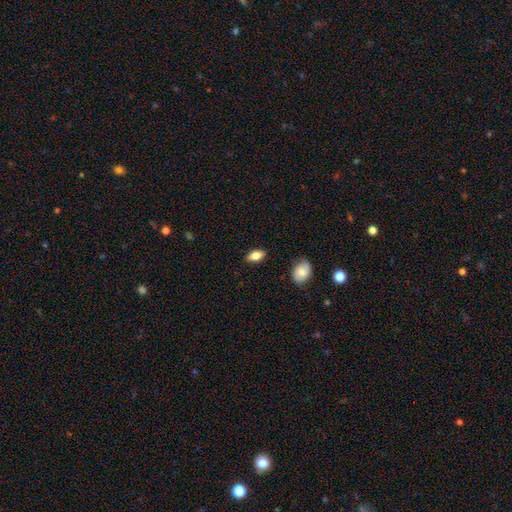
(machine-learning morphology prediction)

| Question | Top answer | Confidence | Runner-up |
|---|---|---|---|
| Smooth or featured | smooth | 79% | featured or disk (14%) |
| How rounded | in between | 90% | cigar-shaped (6%) |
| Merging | none | 86% | minor disturbance (10%) |